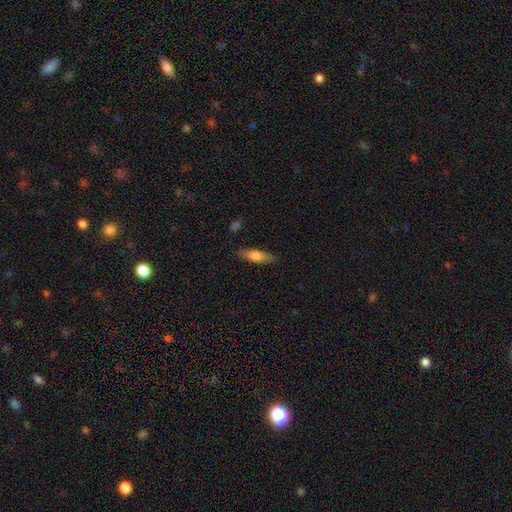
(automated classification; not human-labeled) Q: Smooth or featured?
A: smooth (72%); runner-up: featured or disk (21%)
Q: How rounded?
A: cigar-shaped (50%); runner-up: in between (48%)
Q: Merging?
A: none (84%); runner-up: minor disturbance (12%)